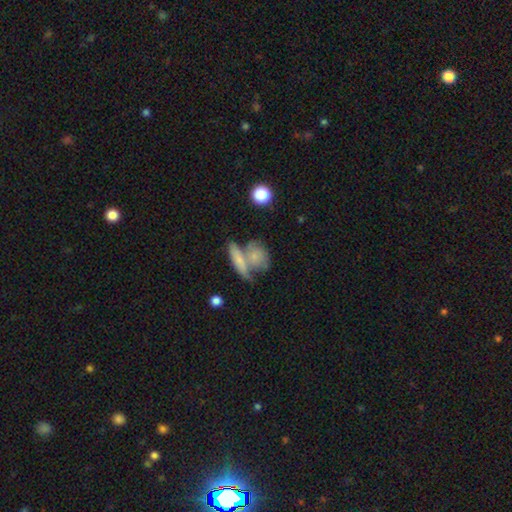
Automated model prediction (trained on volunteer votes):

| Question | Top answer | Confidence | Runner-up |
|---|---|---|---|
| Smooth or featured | smooth | 59% | featured or disk (33%) |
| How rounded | in between | 46% | round (41%) |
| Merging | merger | 46% | none (34%) |